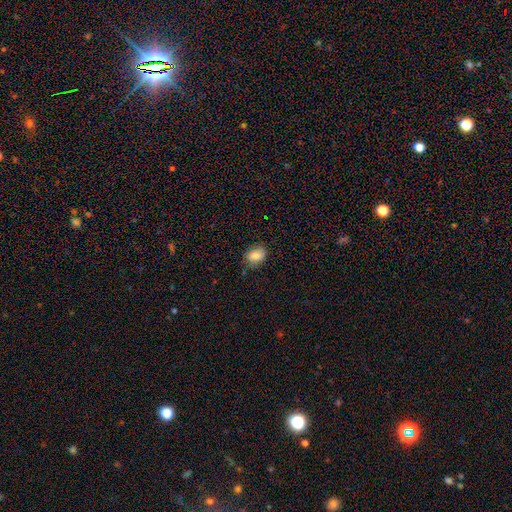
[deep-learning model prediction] Smooth or featured? Predicted: smooth (p=0.83). How rounded? Predicted: in between (p=0.69). Merging? Predicted: none (p=0.76).